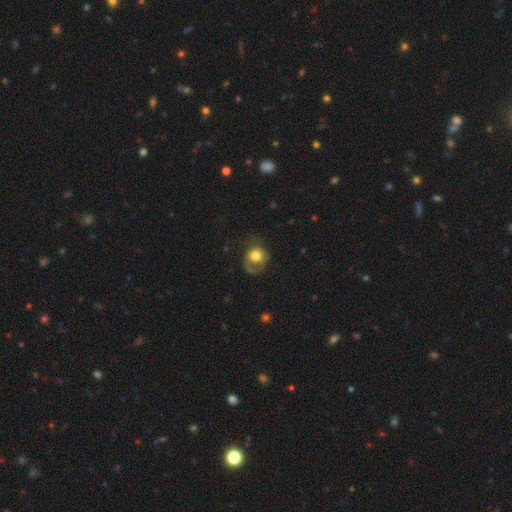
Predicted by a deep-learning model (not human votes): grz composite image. It shows a smooth galaxy with no disk features (63%) that is round (70%). Merging: none (41%).